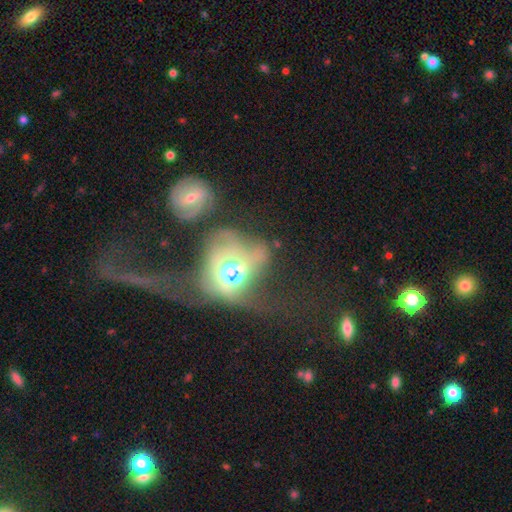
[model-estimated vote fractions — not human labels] This appears to be a featured or disk galaxy (53%). Merging: major disturbance (47%).